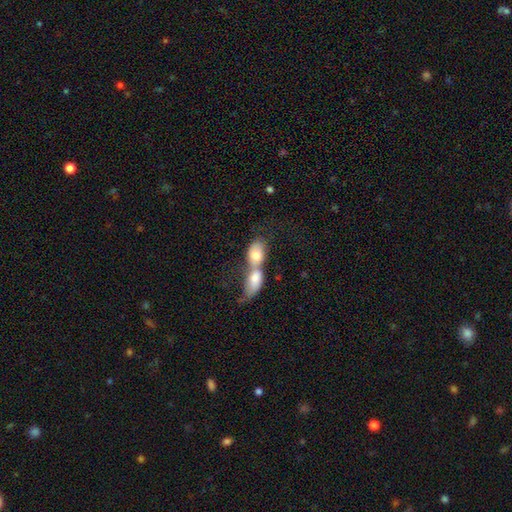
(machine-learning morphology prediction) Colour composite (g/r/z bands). It shows a smooth galaxy with no disk features (72%) that is in between round and cigar-shaped (74%). Merging: merger (83%).